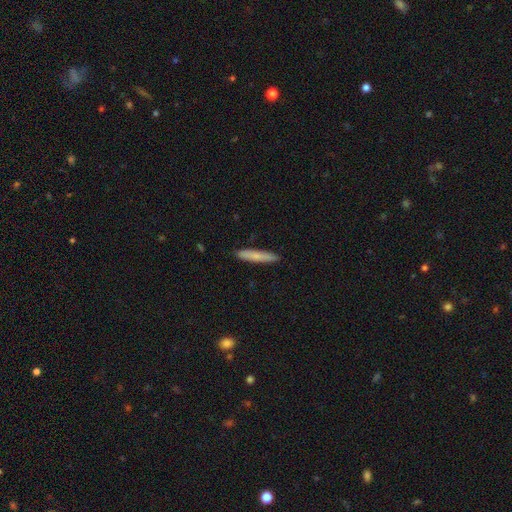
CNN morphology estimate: Overall: smooth (76%). How rounded: cigar-shaped (93%). Merging: none (90%).